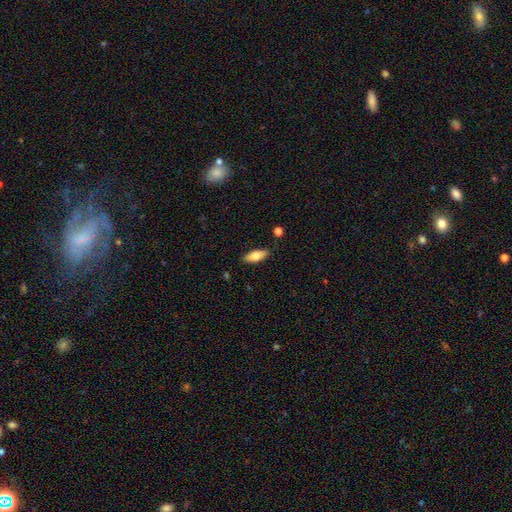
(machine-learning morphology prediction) smooth-or-featured: smooth: 71% | featured or disk: 22% | star or artifact: 6%
  how-rounded: in between: 70% | cigar-shaped: 28% | round: 2%
  merging: none: 85% | minor disturbance: 11% | major disturbance: 2% | merger: 2%